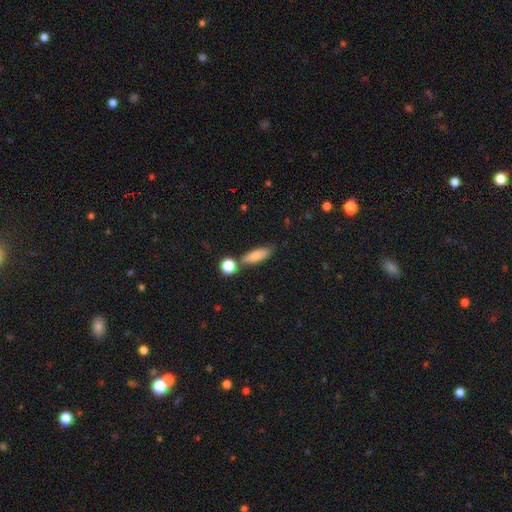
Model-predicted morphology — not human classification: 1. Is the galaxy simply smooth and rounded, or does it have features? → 80% smooth, 12% featured or disk, 8% star or artifact.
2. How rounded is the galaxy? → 60% in between, 36% cigar-shaped, 4% round.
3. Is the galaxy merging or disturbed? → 66% none, 16% minor disturbance, 14% merger, 4% major disturbance.